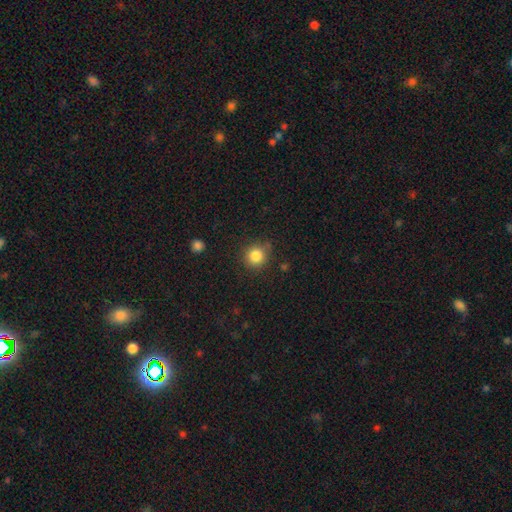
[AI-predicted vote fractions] smooth_or_featured: smooth (p=0.85) [alt: star or artifact p=0.11]
how_rounded: round (p=0.92) [alt: in between p=0.07]
merging: none (p=0.82) [alt: minor disturbance p=0.12]